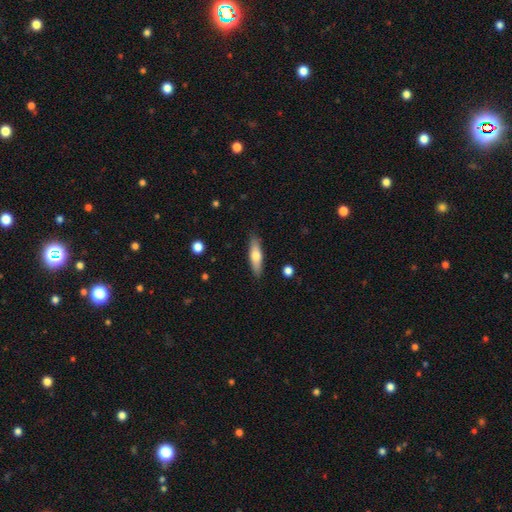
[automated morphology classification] Smooth or featured? smooth (64%)
How rounded? cigar-shaped (62%)
Merging? none (88%)